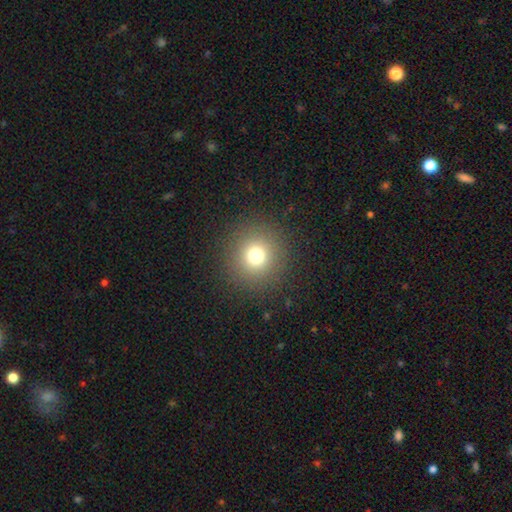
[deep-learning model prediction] The model was most divided on "smooth or featured": smooth: 73%, star or artifact: 18%, featured or disk: 9%. More confident: how rounded — round (94%); merging — none (90%).